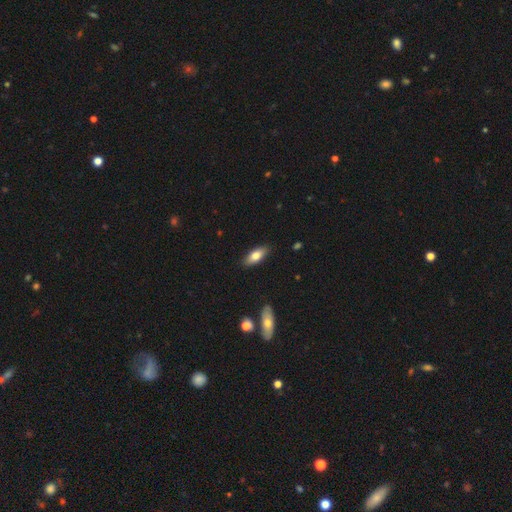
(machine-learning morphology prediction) Smooth or featured?
  - smooth: 75% *
  - featured or disk: 19%
  - star or artifact: 6%
How rounded?
  - in between: 76% *
  - cigar-shaped: 21%
  - round: 2%
Merging?
  - none: 87% *
  - minor disturbance: 10%
  - major disturbance: 2%
  - merger: 2%